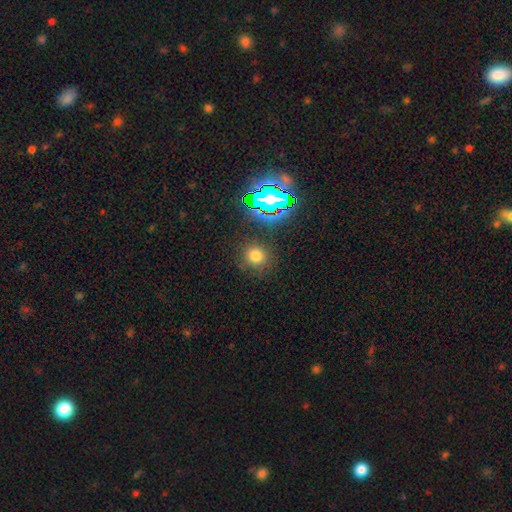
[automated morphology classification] Q: Smooth or featured?
A: smooth (69%); runner-up: star or artifact (24%)
Q: How rounded?
A: round (89%); runner-up: in between (10%)
Q: Merging?
A: none (85%); runner-up: minor disturbance (9%)